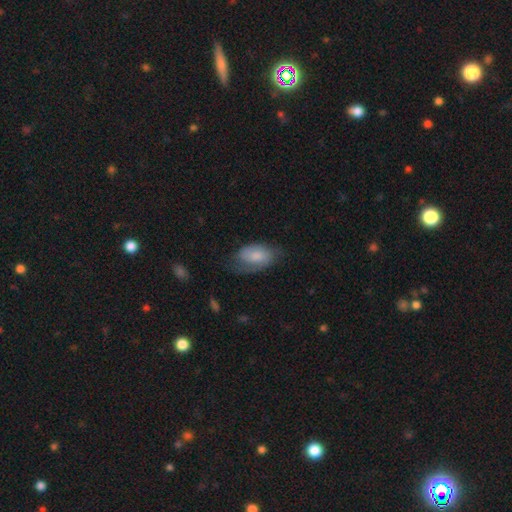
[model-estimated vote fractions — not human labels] Smooth or featured? Predicted: smooth (p=0.61). How rounded? Predicted: in between (p=0.92). Merging? Predicted: none (p=0.49).